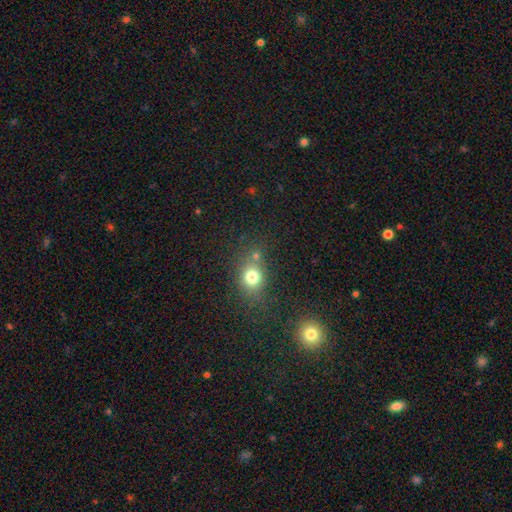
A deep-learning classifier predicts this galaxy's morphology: Overall: smooth (74%). How rounded: round (74%). Merging: none (67%).